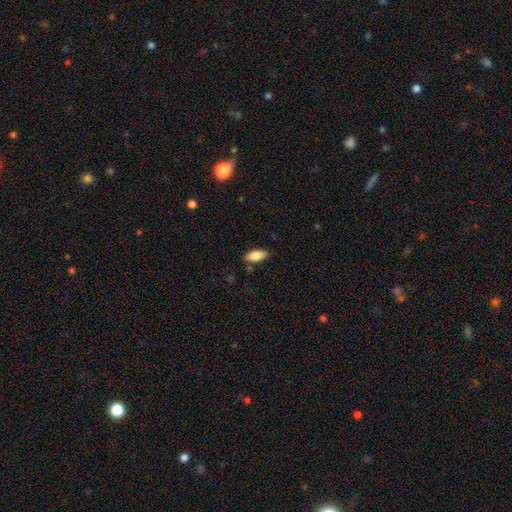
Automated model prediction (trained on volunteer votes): Q: Smooth or featured?
A: smooth (83%); runner-up: featured or disk (11%)
Q: How rounded?
A: in between (86%); runner-up: cigar-shaped (12%)
Q: Merging?
A: none (86%); runner-up: minor disturbance (10%)